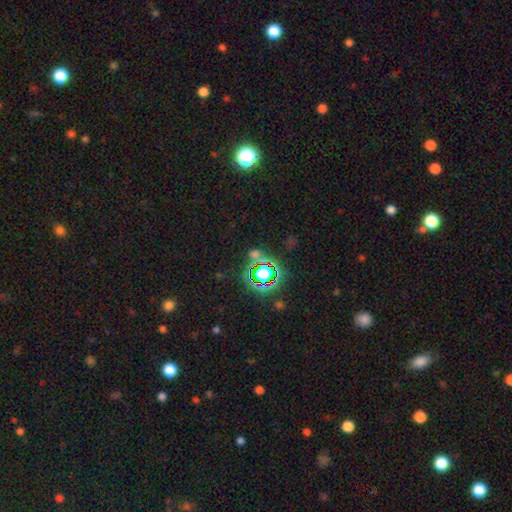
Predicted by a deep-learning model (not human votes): Smooth or featured? Predicted: star or artifact (p=0.68).